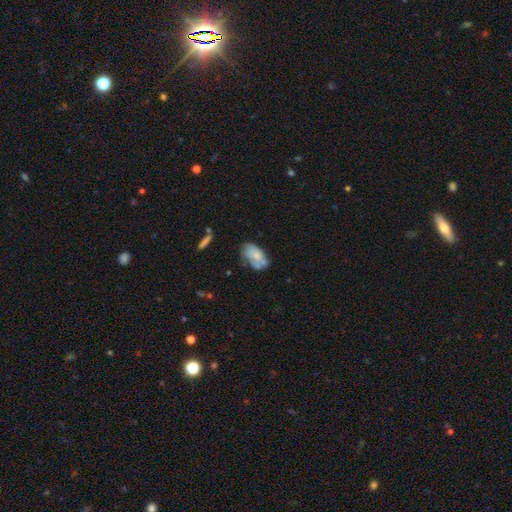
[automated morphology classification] A smooth galaxy with no disk features (63%) that is in between round and cigar-shaped (92%).

Vote fractions:
- Smooth or featured? smooth: 63% / featured or disk: 29% / star or artifact: 8%
- How rounded? in between: 92% / round: 6% / cigar-shaped: 2%
- Merging? none: 43% / minor disturbance: 28% / merger: 16% / major disturbance: 13%